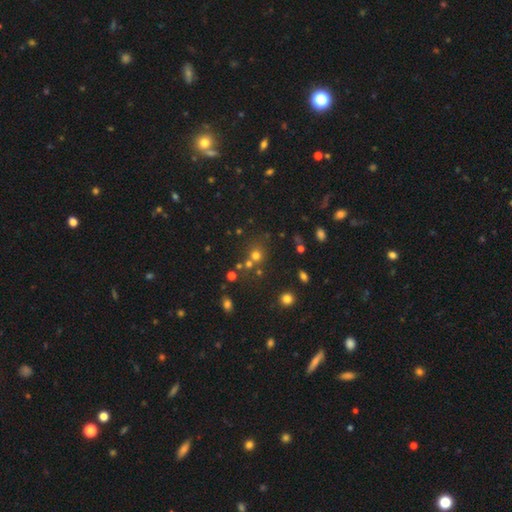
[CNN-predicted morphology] Smooth or featured?
  - smooth: 65% *
  - star or artifact: 25%
  - featured or disk: 10%
How rounded?
  - round: 86% *
  - in between: 13%
  - cigar-shaped: 1%
Merging?
  - none: 61% *
  - merger: 25%
  - minor disturbance: 9%
  - major disturbance: 5%